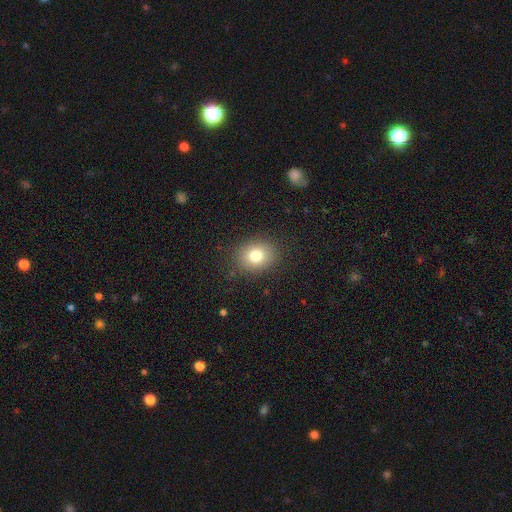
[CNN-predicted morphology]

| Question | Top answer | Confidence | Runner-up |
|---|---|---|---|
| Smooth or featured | smooth | 78% | star or artifact (12%) |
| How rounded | round | 58% | in between (41%) |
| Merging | none | 87% | minor disturbance (9%) |